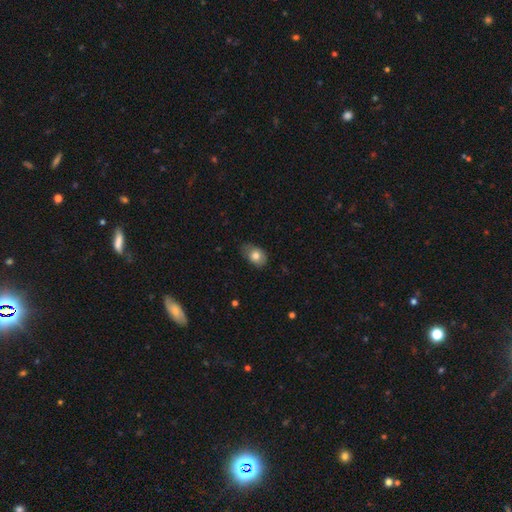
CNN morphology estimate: A smooth galaxy with no disk features (78%) that is in between round and cigar-shaped (75%).

Vote fractions:
- Smooth or featured? smooth: 78% / featured or disk: 13% / star or artifact: 9%
- How rounded? in between: 75% / round: 24% / cigar-shaped: 1%
- Merging? none: 59% / minor disturbance: 33% / major disturbance: 7% / merger: 1%